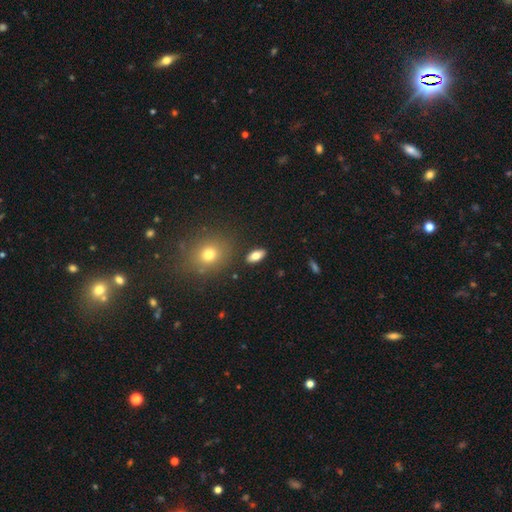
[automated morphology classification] This appears to be a smooth galaxy with no disk features (77%) that is in between round and cigar-shaped (86%). Merging: none (88%).